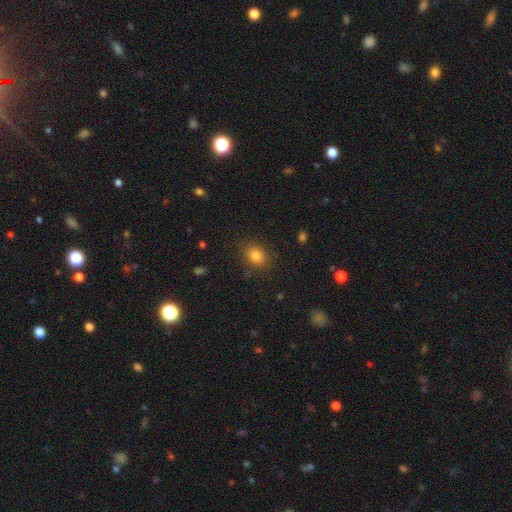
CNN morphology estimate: smooth-or-featured: smooth: 81% | star or artifact: 12% | featured or disk: 7%
  how-rounded: in between: 59% | round: 40% | cigar-shaped: 1%
  merging: none: 84% | minor disturbance: 11% | major disturbance: 3% | merger: 2%